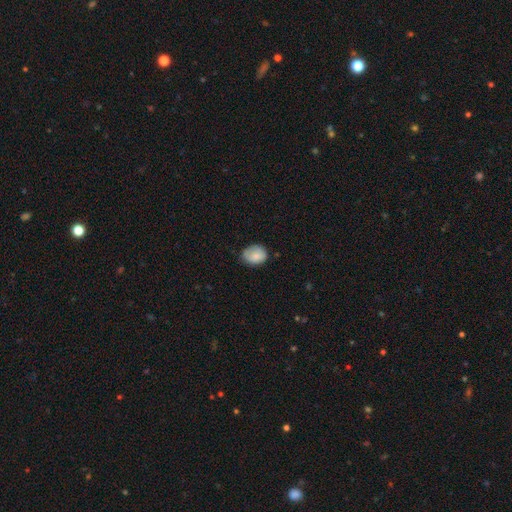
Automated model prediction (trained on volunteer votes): The model was most divided on "how rounded": in between: 63%, round: 37%, cigar-shaped: 1%. More confident: smooth or featured — smooth (82%); merging — none (64%).